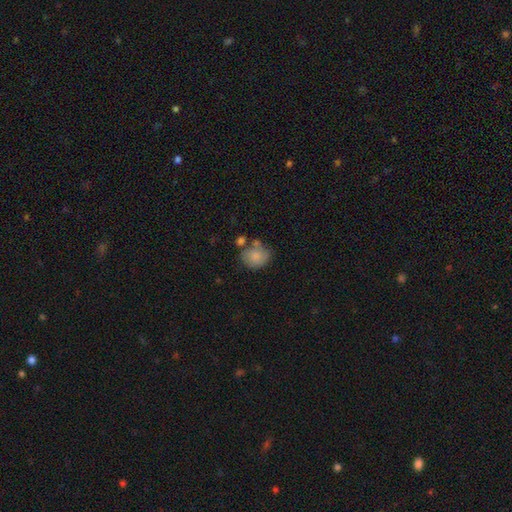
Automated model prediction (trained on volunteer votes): This appears to be a smooth galaxy with no disk features (75%) that is round (67%). Merging: none (47%).